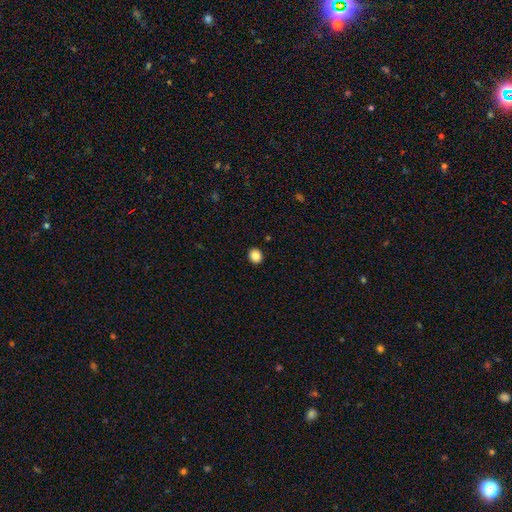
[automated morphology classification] A smooth galaxy with no disk features (85%) that is round (79%). Merging: none (92%).